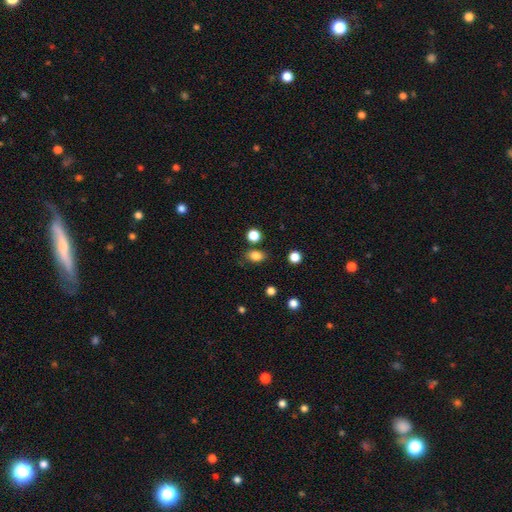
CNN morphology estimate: A smooth galaxy with no disk features (82%) that is in between round and cigar-shaped (72%).

Vote fractions:
- Smooth or featured? smooth: 82% / star or artifact: 12% / featured or disk: 6%
- How rounded? in between: 72% / round: 26% / cigar-shaped: 2%
- Merging? none: 77% / minor disturbance: 14% / merger: 5% / major disturbance: 4%